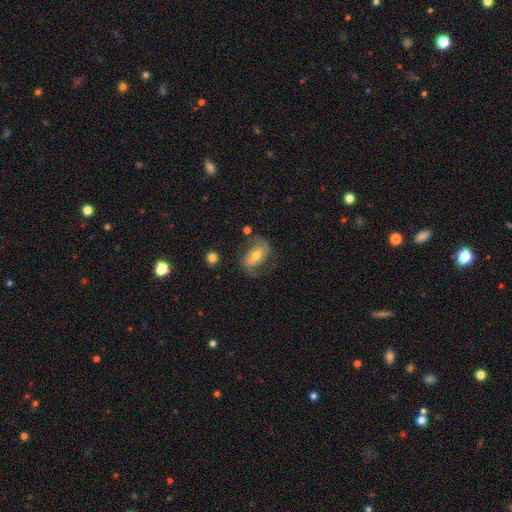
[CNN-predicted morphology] Overall: featured or disk (67%). Edge-on disk: no (94%). Bar: weak (39%; strong 32%). Spiral arms: yes (84%). Spiral arm count: 2 (83%). Spiral winding: medium (43%; loose 37%). Bulge size: moderate (66%; small 26%). Merging: none (61%).